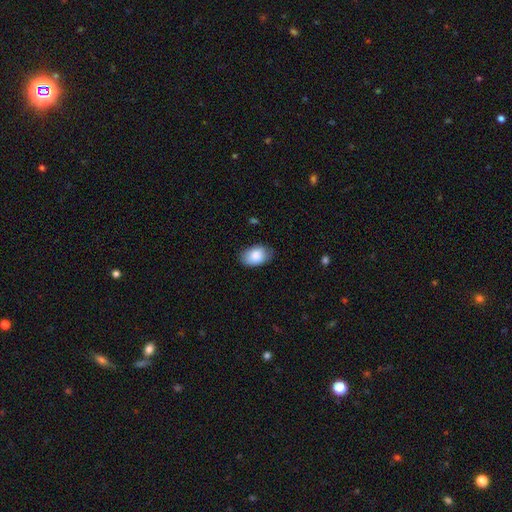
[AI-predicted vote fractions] This appears to be a smooth galaxy with no disk features (86%) that is in between round and cigar-shaped (89%). Merging: none (80%).